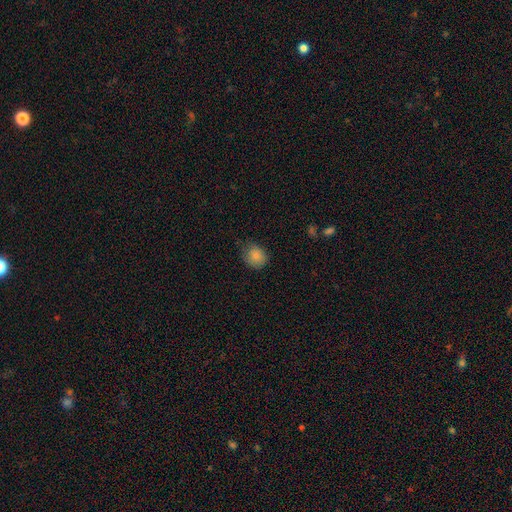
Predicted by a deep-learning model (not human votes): Smooth or featured: smooth — 85% (star or artifact — 9%)
How rounded: round — 71% (in between — 28%)
Merging: none — 66% (minor disturbance — 27%)